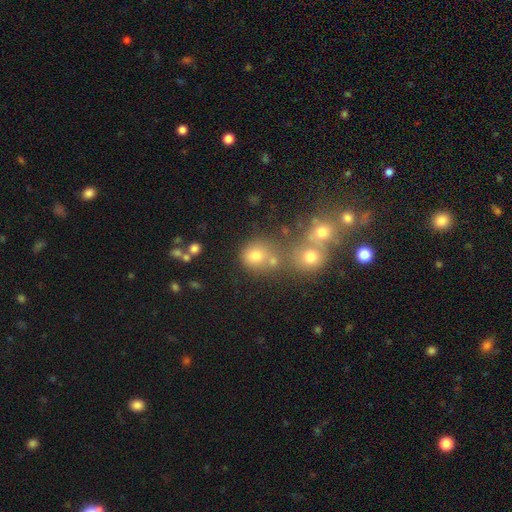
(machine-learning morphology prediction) type=smooth (68%); roundness=round (78%); merging=none (55%).